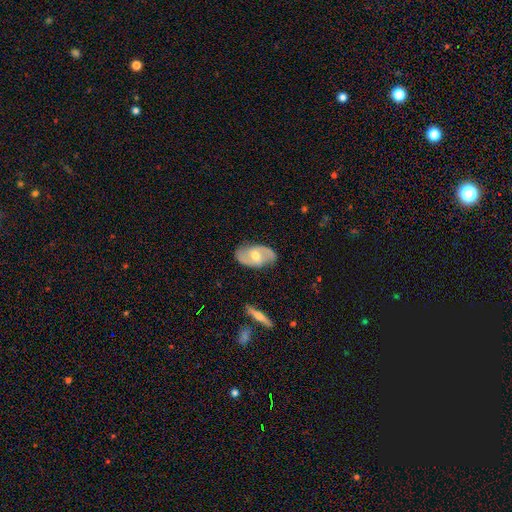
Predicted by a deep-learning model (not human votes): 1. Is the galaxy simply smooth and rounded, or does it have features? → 70% featured or disk, 24% smooth, 5% star or artifact.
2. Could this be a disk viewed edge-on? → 93% no, 7% yes.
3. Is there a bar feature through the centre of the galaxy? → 48% weak, 34% no, 18% strong.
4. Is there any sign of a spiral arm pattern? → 81% yes, 19% no.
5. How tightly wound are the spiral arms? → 43% medium, 34% loose, 22% tight.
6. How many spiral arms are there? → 87% 2, 8% can't tell, 2% 1, 1% 3, 1% 4, 1% more than 4.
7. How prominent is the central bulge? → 71% moderate, 22% small, 5% large, 1% none, 1% dominant.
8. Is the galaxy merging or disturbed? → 82% none, 14% minor disturbance, 3% major disturbance, 1% merger.